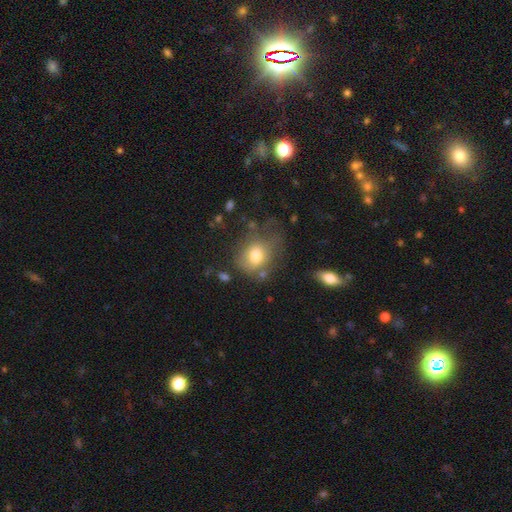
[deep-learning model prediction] Morphology: type=smooth (73%); roundness=round (59%); merging=none (42%).